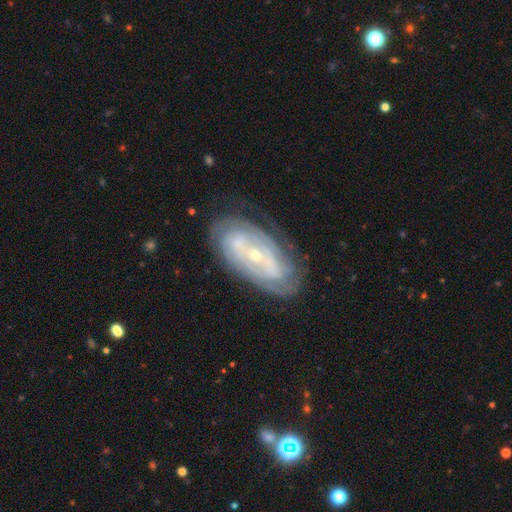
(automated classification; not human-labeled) Smooth or featured? featured or disk (80%)
Edge-on disk? no (92%)
Bar? no (47%)
Spiral arms? yes (86%)
Spiral winding? tight (70%)
Spiral arm count? can't tell (47%)
Bulge size? small (68%)
Merging? none (73%)